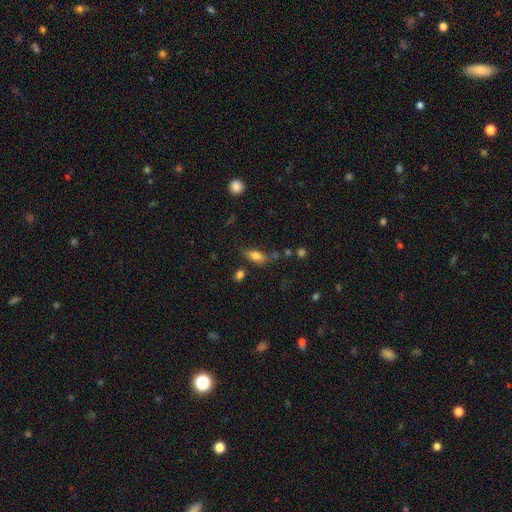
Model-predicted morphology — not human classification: The model was most divided on "merging": none: 64%, minor disturbance: 21%, merger: 8%, major disturbance: 7%. More confident: how rounded — in between (84%); smooth or featured — smooth (79%).